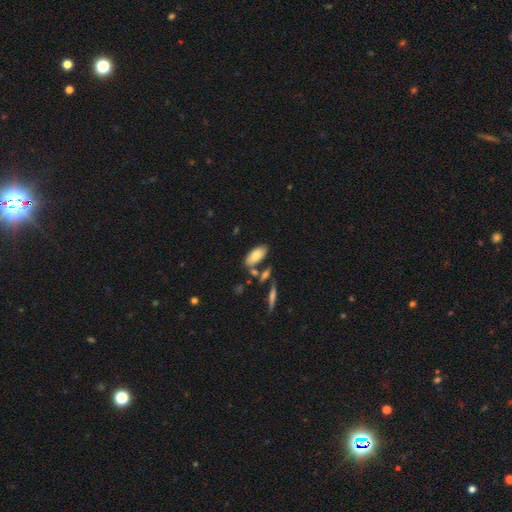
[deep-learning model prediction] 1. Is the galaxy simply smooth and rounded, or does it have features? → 76% smooth, 17% featured or disk, 7% star or artifact.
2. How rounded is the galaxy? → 89% in between, 8% cigar-shaped, 2% round.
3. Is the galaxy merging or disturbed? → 68% none, 15% merger, 13% minor disturbance, 4% major disturbance.